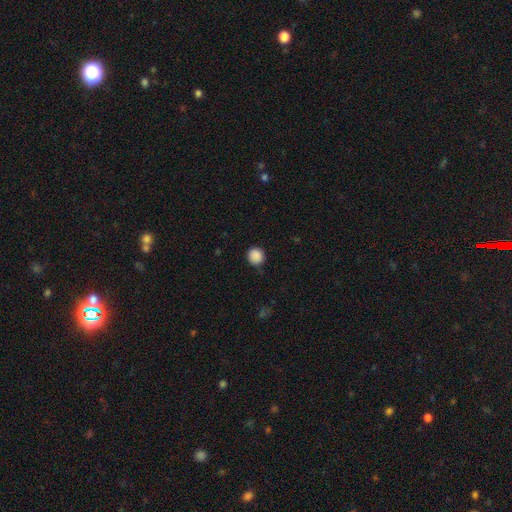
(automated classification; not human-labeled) Morphology: type=smooth (89%); roundness=round (90%); merging=none (86%).